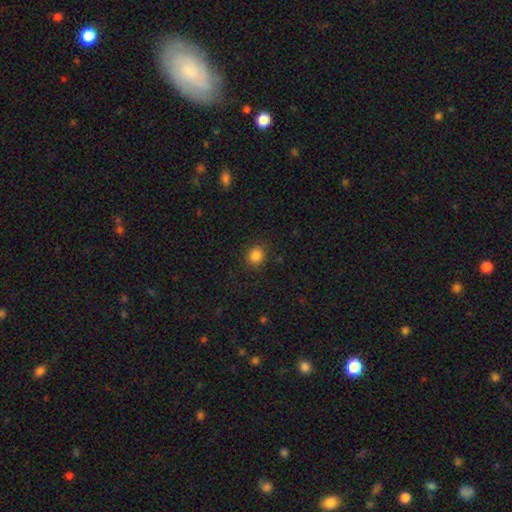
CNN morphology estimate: Smooth or featured? Predicted: smooth (p=0.85). How rounded? Predicted: round (p=0.84). Merging? Predicted: none (p=0.88).